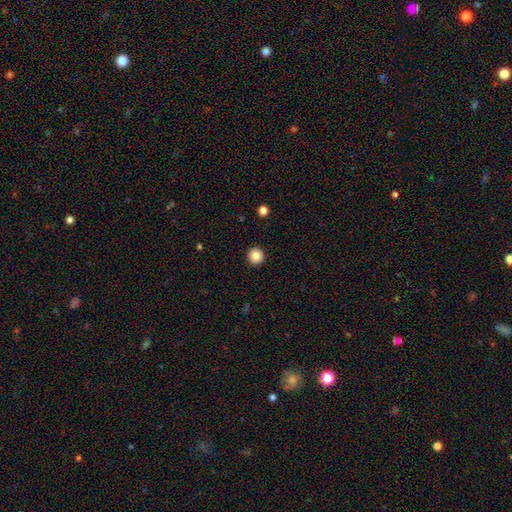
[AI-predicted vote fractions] Smooth or featured: smooth — 85% (star or artifact — 10%)
How rounded: round — 96% (in between — 3%)
Merging: none — 93% (minor disturbance — 4%)